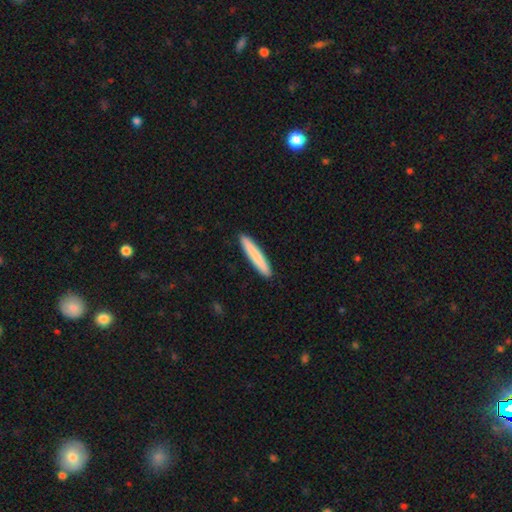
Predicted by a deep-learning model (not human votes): Smooth or featured: smooth — 81% (featured or disk — 13%)
How rounded: cigar-shaped — 95% (in between — 4%)
Merging: none — 92% (minor disturbance — 6%)